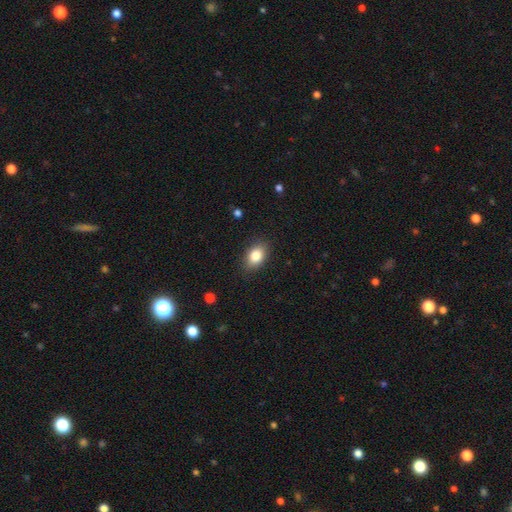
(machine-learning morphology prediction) Smooth or featured? Predicted: smooth (p=0.83). How rounded? Predicted: in between (p=0.81). Merging? Predicted: none (p=0.85).